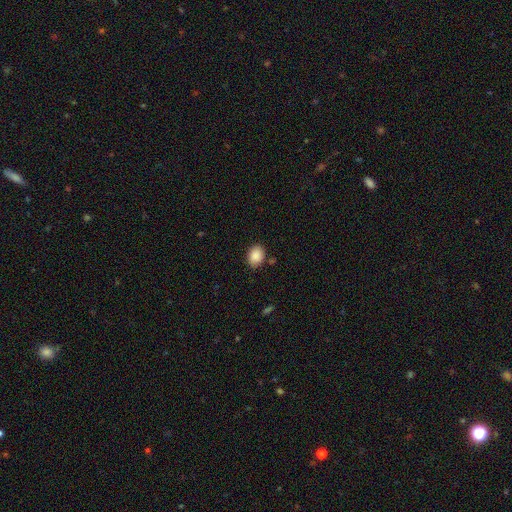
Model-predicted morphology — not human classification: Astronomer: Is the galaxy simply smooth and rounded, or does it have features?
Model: smooth — 88%.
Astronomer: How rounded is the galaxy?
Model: in between — 64%.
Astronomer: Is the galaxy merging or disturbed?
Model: none — 79%.